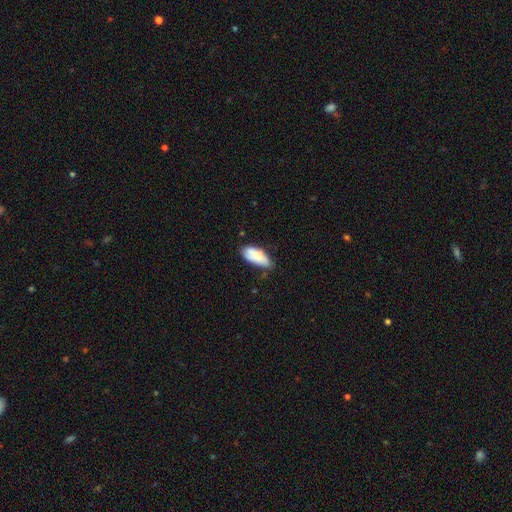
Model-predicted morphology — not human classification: Overall: smooth (83%). How rounded: in between (84%). Merging: none (59%; minor disturbance 33%).